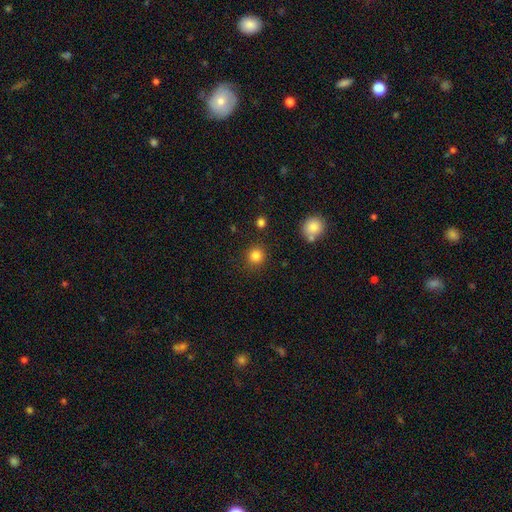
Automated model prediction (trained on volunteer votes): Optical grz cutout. It shows a smooth galaxy with no disk features (84%) that is round (90%). Merging: none (88%).